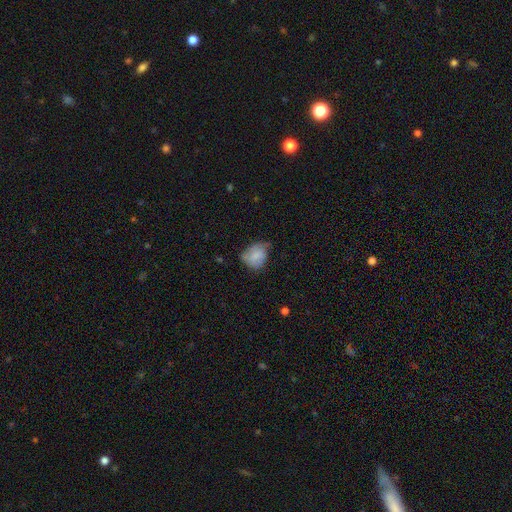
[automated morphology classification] smooth-or-featured: smooth: 72% | featured or disk: 20% | star or artifact: 9%
  how-rounded: in between: 53% | round: 46% | cigar-shaped: 1%
  merging: minor disturbance: 44% | none: 37% | major disturbance: 18% | merger: 2%